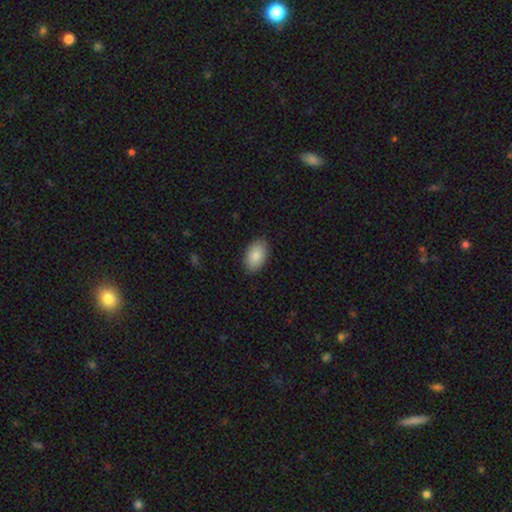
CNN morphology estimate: This is clearly a smooth galaxy (85%). How rounded: clearly in between (93%). Merging: clearly none (88%).